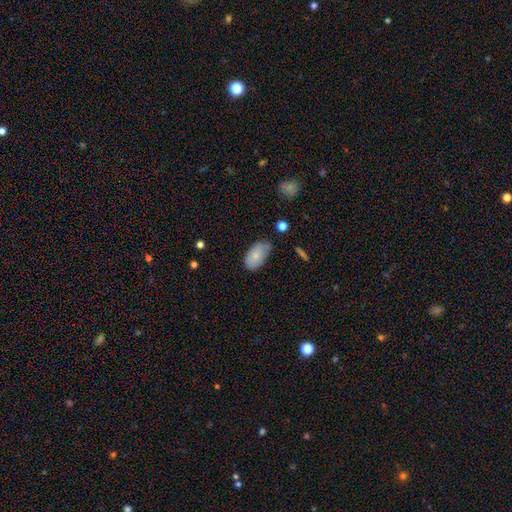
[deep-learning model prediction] Q: Smooth or featured?
A: smooth (76%); runner-up: featured or disk (17%)
Q: How rounded?
A: in between (93%); runner-up: round (5%)
Q: Merging?
A: none (53%); runner-up: minor disturbance (36%)